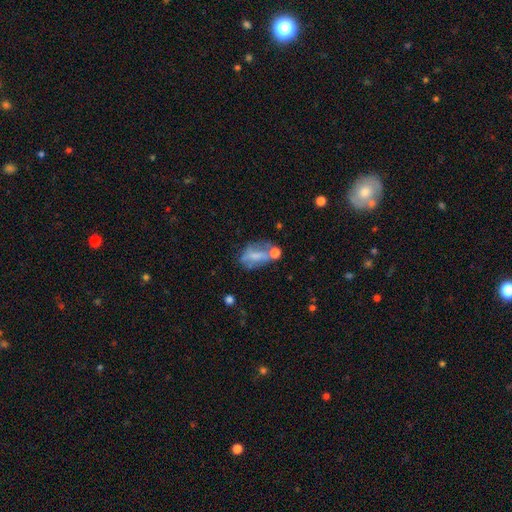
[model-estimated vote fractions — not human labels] Overall: smooth (50%; featured or disk 39%). How rounded: in between (83%). Merging: none (32%; merger 25%).